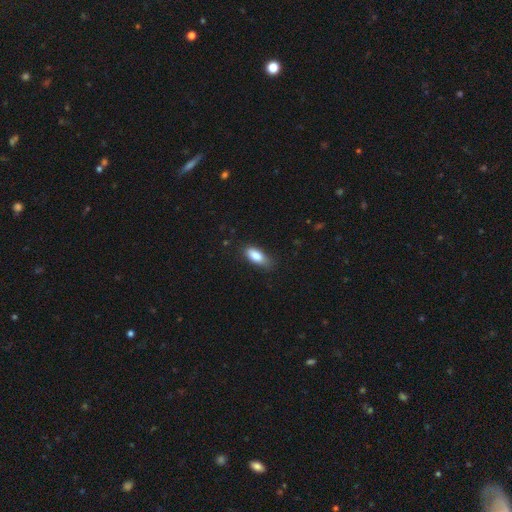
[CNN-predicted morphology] smooth 84%, featured or disk 9%, star or artifact 7%. Down the decision tree: how rounded — in between (83%); merging — none (71%).